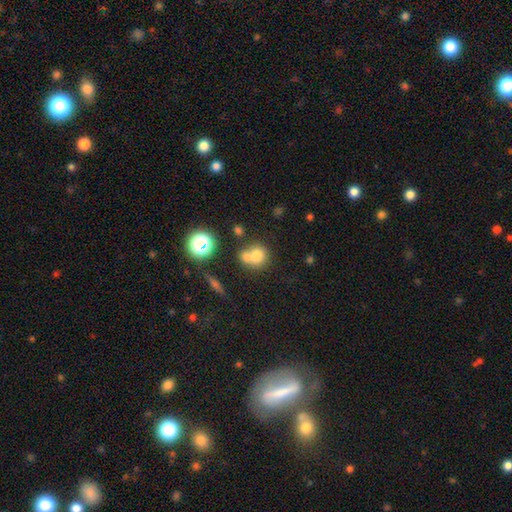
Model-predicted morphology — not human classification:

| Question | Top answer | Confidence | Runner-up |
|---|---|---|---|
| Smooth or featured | smooth | 70% | featured or disk (16%) |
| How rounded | round | 79% | in between (20%) |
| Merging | merger | 51% | none (37%) |